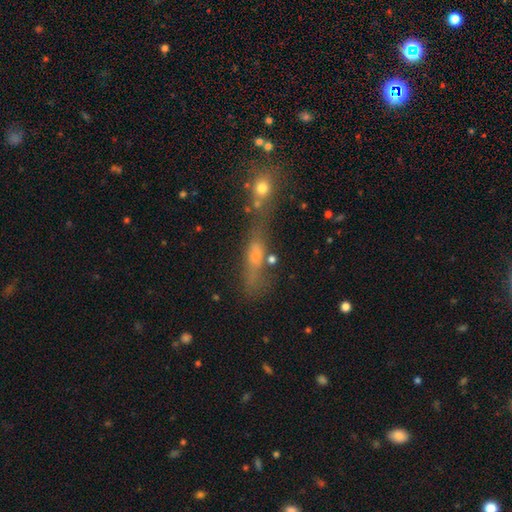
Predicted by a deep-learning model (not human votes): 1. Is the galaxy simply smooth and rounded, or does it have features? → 53% smooth, 27% featured or disk, 20% star or artifact.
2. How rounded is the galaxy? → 59% cigar-shaped, 33% in between, 9% round.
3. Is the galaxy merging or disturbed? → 37% none (tied), 37% merger (tied), 14% minor disturbance, 12% major disturbance.